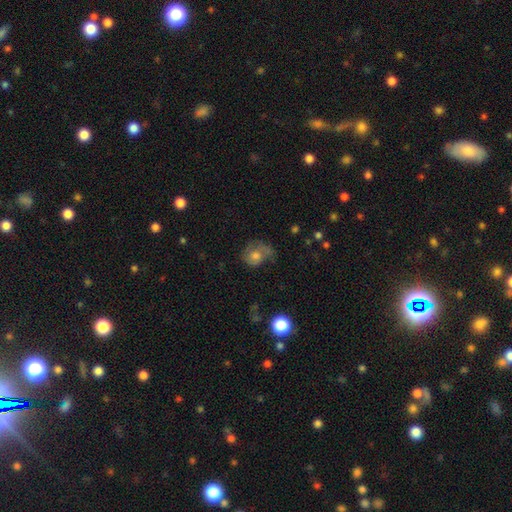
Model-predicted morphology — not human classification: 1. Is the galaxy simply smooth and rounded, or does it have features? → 49% smooth, 39% featured or disk, 12% star or artifact.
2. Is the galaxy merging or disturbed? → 44% none, 26% minor disturbance, 26% major disturbance, 4% merger.